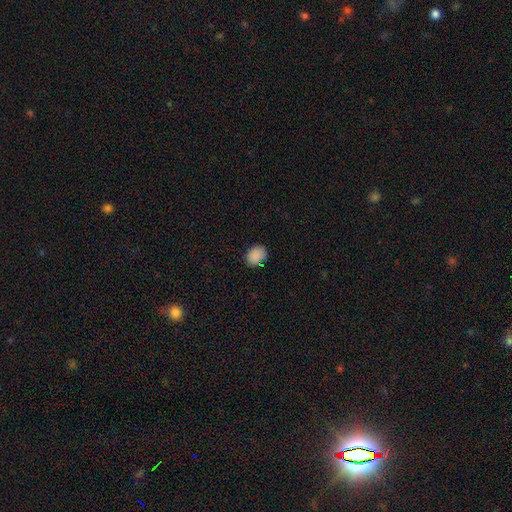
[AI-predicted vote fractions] A smooth galaxy with no disk features (88%) that is in between round and cigar-shaped (58%).

Vote fractions:
- Smooth or featured? smooth: 88% / star or artifact: 9% / featured or disk: 3%
- How rounded? in between: 58% / round: 41% / cigar-shaped: 1%
- Merging? none: 80% / minor disturbance: 14% / major disturbance: 3% / merger: 2%